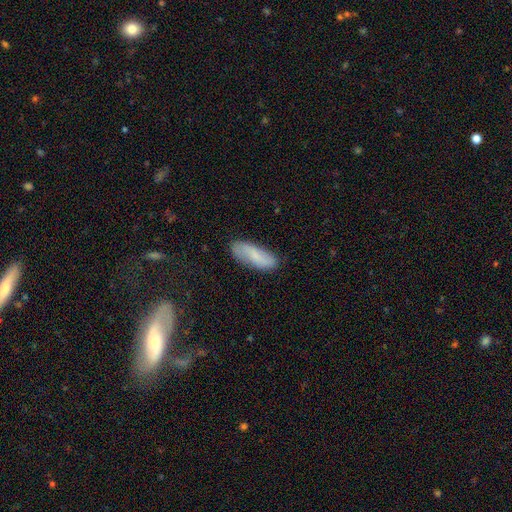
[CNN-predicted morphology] Smooth or featured? smooth (61%)
How rounded? in between (68%)
Merging? none (79%)